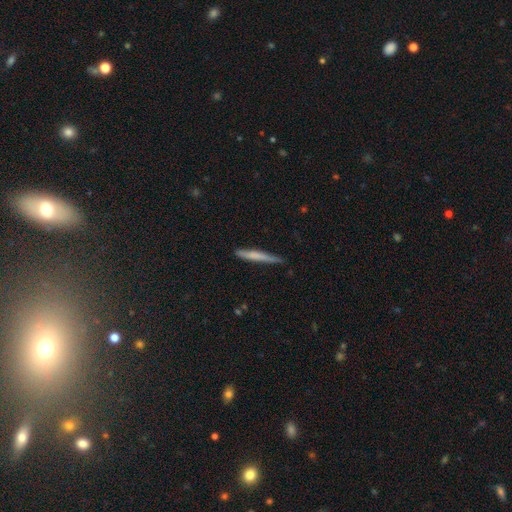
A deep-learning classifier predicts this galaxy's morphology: smooth_or_featured: smooth (p=0.63) [alt: featured or disk p=0.32]
how_rounded: cigar-shaped (p=0.96) [alt: in between p=0.03]
merging: none (p=0.78) [alt: minor disturbance p=0.17]